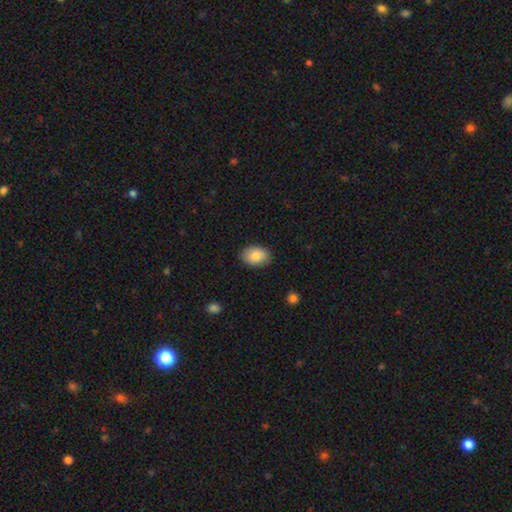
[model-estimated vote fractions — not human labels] Smooth or featured? smooth (85%)
How rounded? in between (82%)
Merging? none (87%)